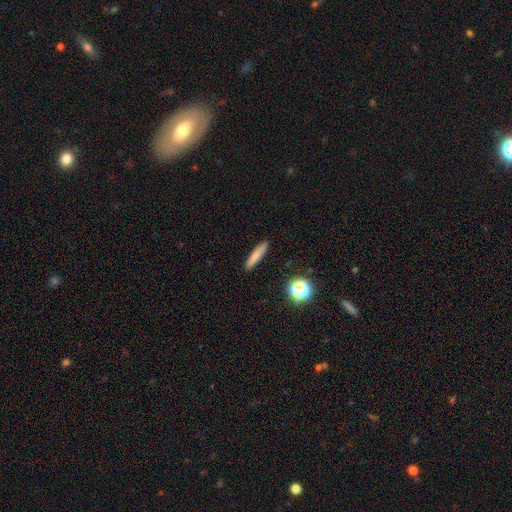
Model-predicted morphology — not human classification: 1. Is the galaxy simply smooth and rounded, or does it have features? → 77% smooth, 13% featured or disk, 10% star or artifact.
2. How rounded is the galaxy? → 86% cigar-shaped, 12% in between, 2% round.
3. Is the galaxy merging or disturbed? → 90% none, 7% minor disturbance, 2% major disturbance, 1% merger.